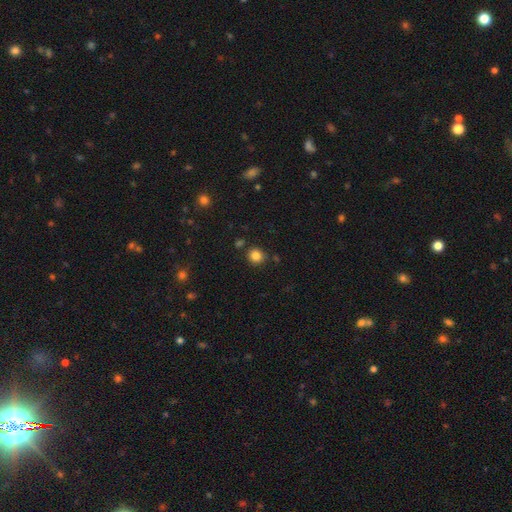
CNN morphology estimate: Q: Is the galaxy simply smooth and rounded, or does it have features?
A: smooth — 84%.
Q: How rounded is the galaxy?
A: round — 89%.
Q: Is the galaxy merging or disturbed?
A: none — 85%.